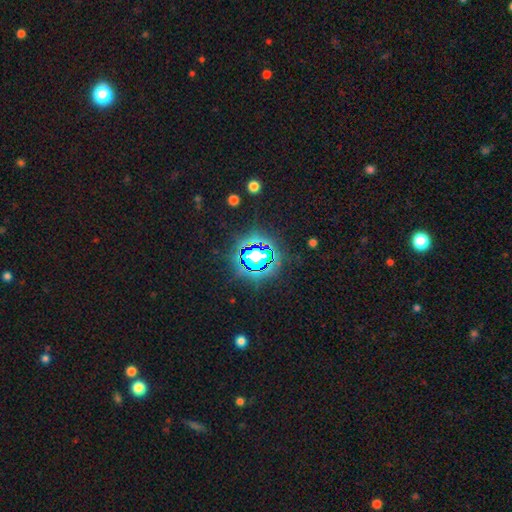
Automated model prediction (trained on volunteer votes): Smooth or featured?
  - star or artifact: 72% *
  - smooth: 18%
  - featured or disk: 10%